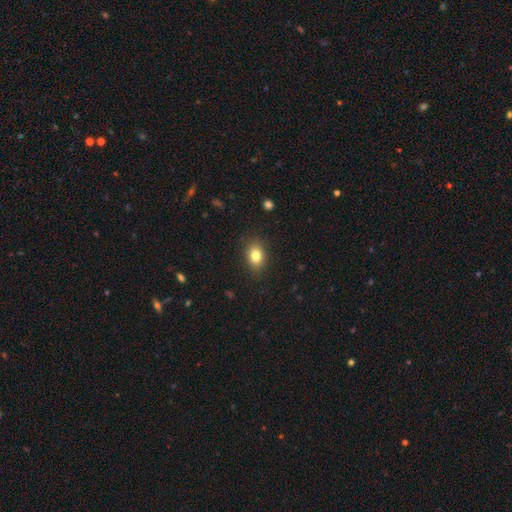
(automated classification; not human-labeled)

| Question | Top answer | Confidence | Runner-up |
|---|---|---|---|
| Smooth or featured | smooth | 81% | star or artifact (10%) |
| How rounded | in between | 75% | round (23%) |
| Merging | none | 87% | minor disturbance (9%) |